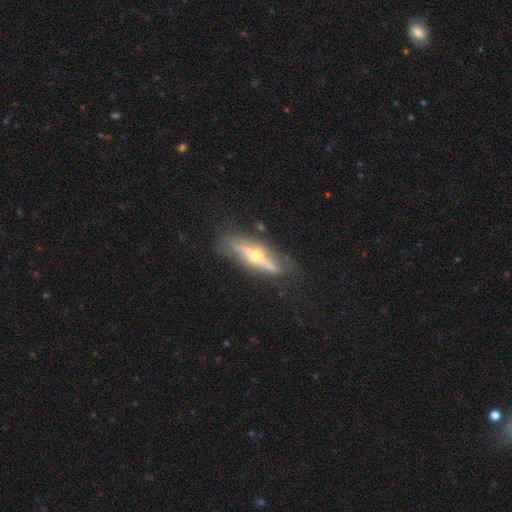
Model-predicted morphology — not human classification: Smooth or featured? featured or disk (71%)
Edge-on disk? yes (76%)
Edge-on bulge? rounded (92%)
Merging? none (70%)